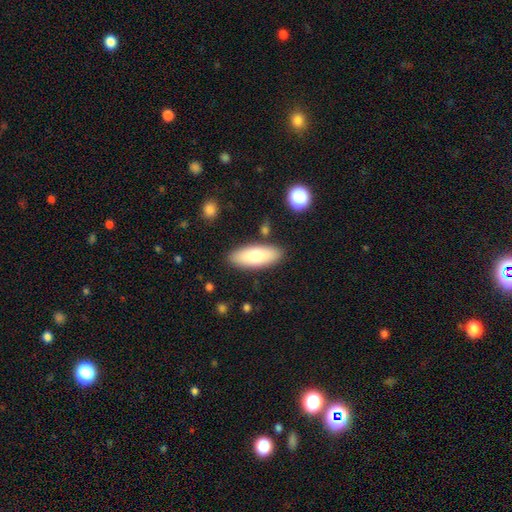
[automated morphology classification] Smooth or featured?
  - smooth: 75% *
  - featured or disk: 19%
  - star or artifact: 6%
How rounded?
  - in between: 76% *
  - cigar-shaped: 22%
  - round: 2%
Merging?
  - none: 85% *
  - minor disturbance: 10%
  - merger: 3%
  - major disturbance: 2%